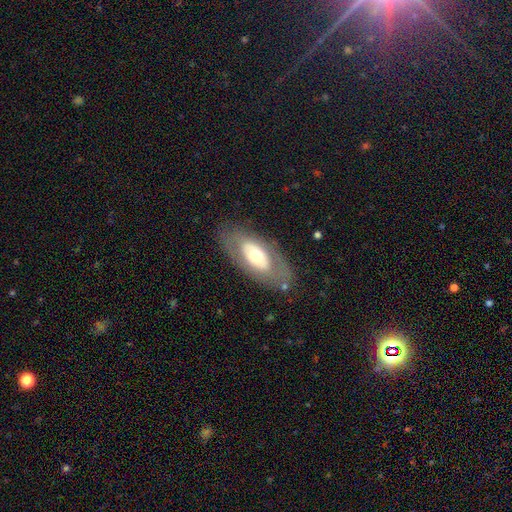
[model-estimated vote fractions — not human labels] Smooth or featured?
  - featured or disk: 51% *
  - smooth: 42%
  - star or artifact: 6%
Edge-on disk?
  - no: 85% *
  - yes: 15%
Merging?
  - none: 77% *
  - minor disturbance: 14%
  - major disturbance: 8%
  - merger: 2%